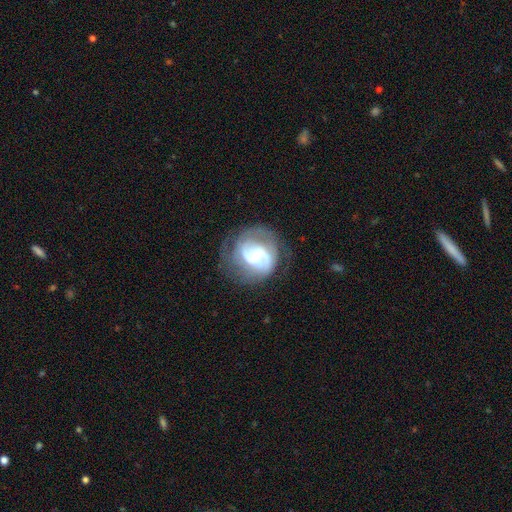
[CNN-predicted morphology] Overall: featured or disk (84%). Edge-on disk: no (98%). Bar: weak (48%; no 36%). Spiral arms: yes (94%). Spiral arm count: 2 (73%). Spiral winding: medium (46%; tight 34%). Bulge size: moderate (59%; small 32%). Merging: none (69%).